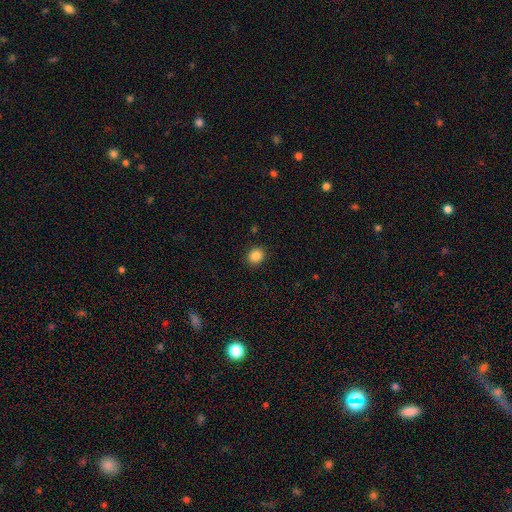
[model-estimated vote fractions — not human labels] Morphology: type=smooth (86%); roundness=round (75%); merging=none (90%).